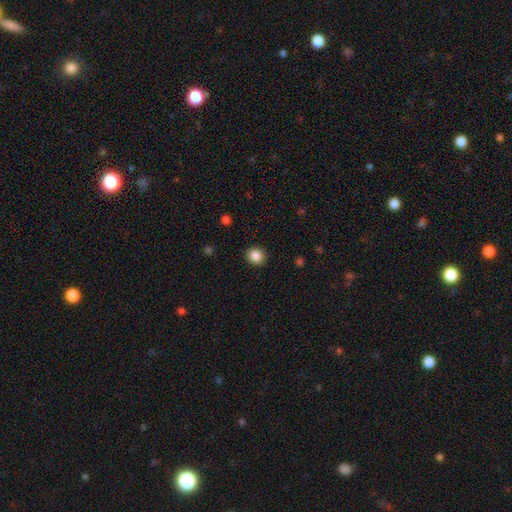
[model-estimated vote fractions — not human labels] The model was most divided on "how rounded": round: 85%, in between: 15%, cigar-shaped: 1%. More confident: merging — none (91%); smooth or featured — smooth (86%).